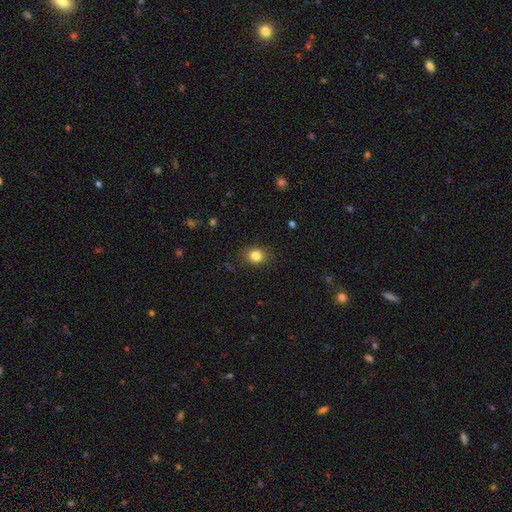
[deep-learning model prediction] A smooth galaxy with no disk features (83%) that is round (57%). Merging: none (84%).